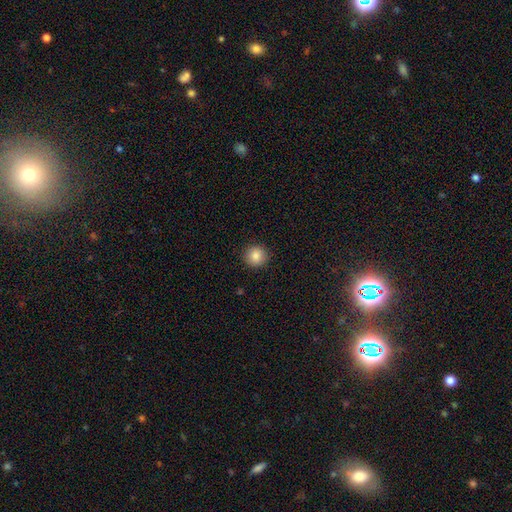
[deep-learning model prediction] smooth 86%, star or artifact 10%, featured or disk 5%. Down the decision tree: how rounded — round (93%); merging — none (92%).